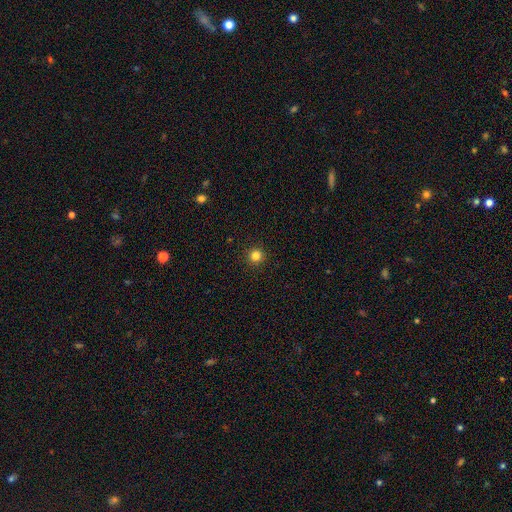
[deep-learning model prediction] This is clearly a smooth galaxy (83%). How rounded: clearly round (95%). Merging: clearly none (93%).